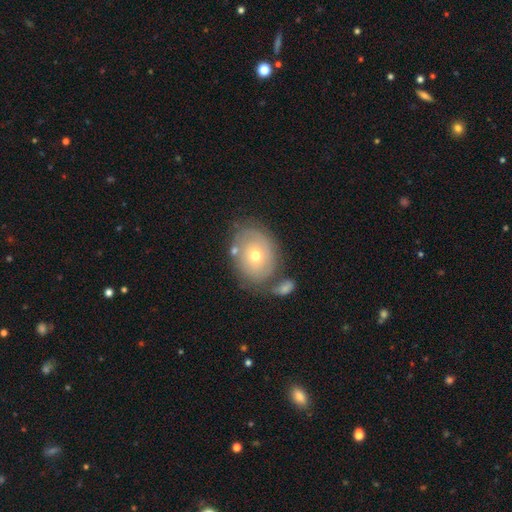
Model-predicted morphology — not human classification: Q: Smooth or featured?
A: featured or disk (46%); runner-up: smooth (45%)
Q: Merging?
A: none (61%); runner-up: minor disturbance (17%)